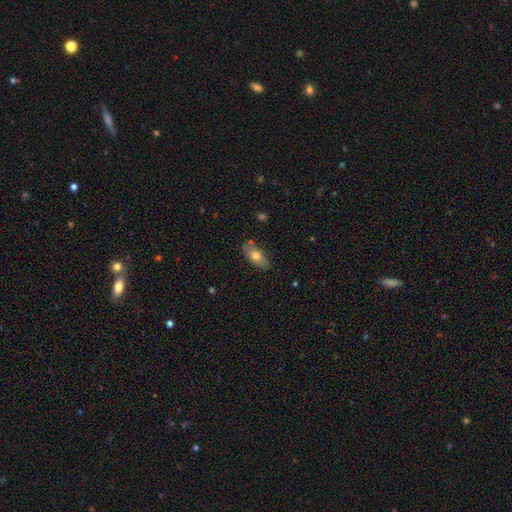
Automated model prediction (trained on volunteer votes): A smooth galaxy with no disk features (71%) that is in between round and cigar-shaped (88%).

Vote fractions:
- Smooth or featured? smooth: 71% / featured or disk: 22% / star or artifact: 7%
- How rounded? in between: 88% / cigar-shaped: 9% / round: 4%
- Merging? none: 76% / minor disturbance: 18% / major disturbance: 3% / merger: 3%